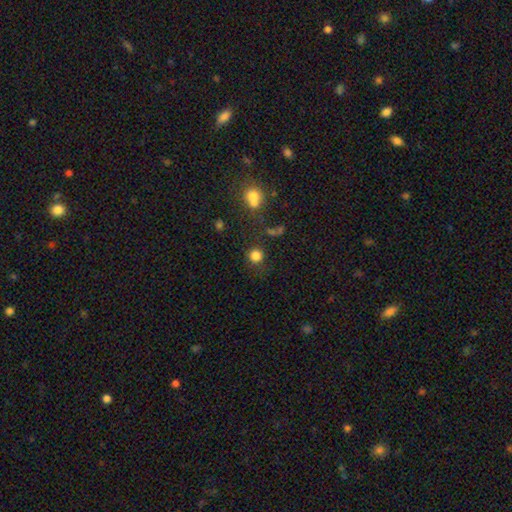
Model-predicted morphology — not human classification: type=smooth (82%); roundness=round (92%); merging=none (79%).